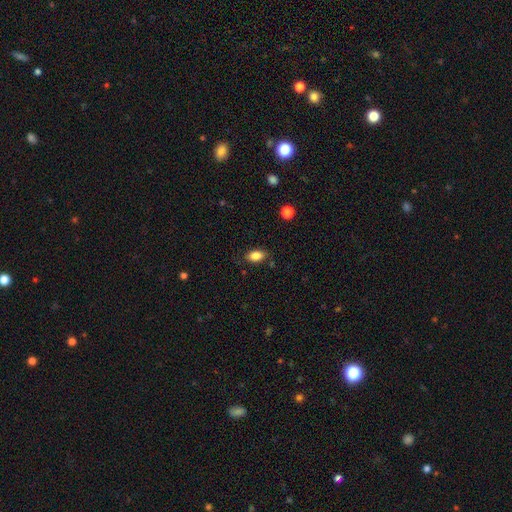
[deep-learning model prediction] A smooth galaxy with no disk features (85%) that is in between round and cigar-shaped (89%).

Vote fractions:
- Smooth or featured? smooth: 85% / star or artifact: 9% / featured or disk: 6%
- How rounded? in between: 89% / round: 8% / cigar-shaped: 3%
- Merging? none: 81% / minor disturbance: 14% / major disturbance: 3% / merger: 2%